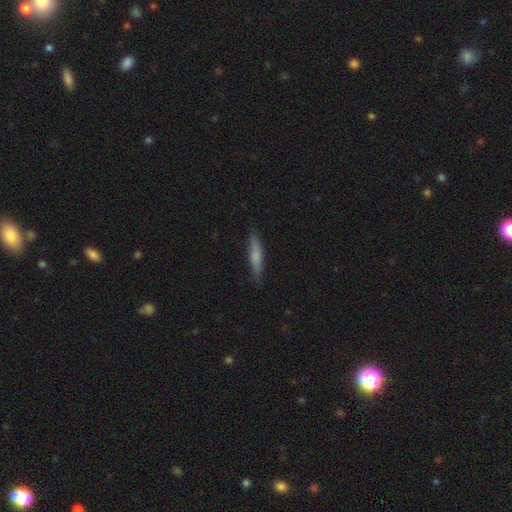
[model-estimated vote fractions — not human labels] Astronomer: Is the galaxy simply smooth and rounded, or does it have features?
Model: smooth — 70%.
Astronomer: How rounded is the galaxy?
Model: cigar-shaped — 86%.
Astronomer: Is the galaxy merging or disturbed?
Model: none — 87%.